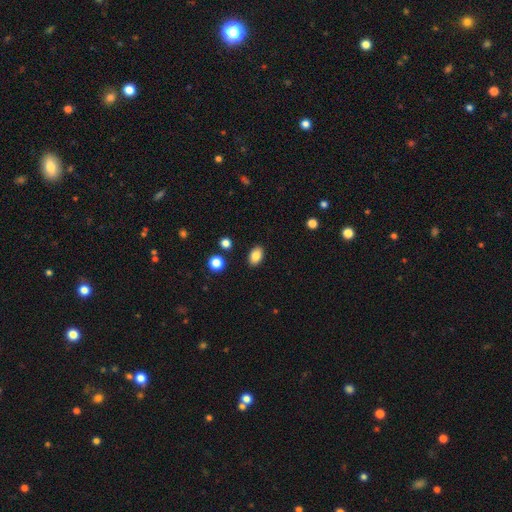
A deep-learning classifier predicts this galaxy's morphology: This appears to be a smooth galaxy with no disk features (85%) that is in between round and cigar-shaped (86%). Merging: none (88%).